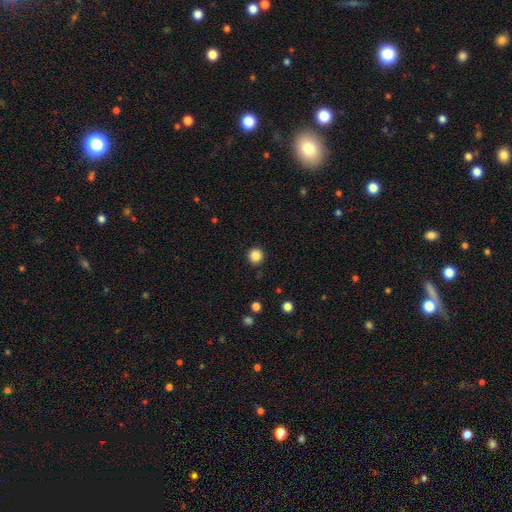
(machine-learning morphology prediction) Smooth or featured?
  - smooth: 86% *
  - star or artifact: 11%
  - featured or disk: 3%
How rounded?
  - round: 94% *
  - in between: 5%
  - cigar-shaped: 1%
Merging?
  - none: 91% *
  - minor disturbance: 6%
  - major disturbance: 2%
  - merger: 1%